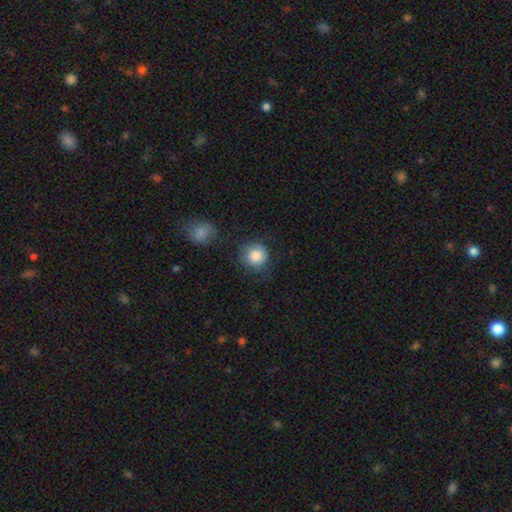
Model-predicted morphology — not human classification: Overall: smooth (85%). How rounded: round (91%). Merging: none (73%).